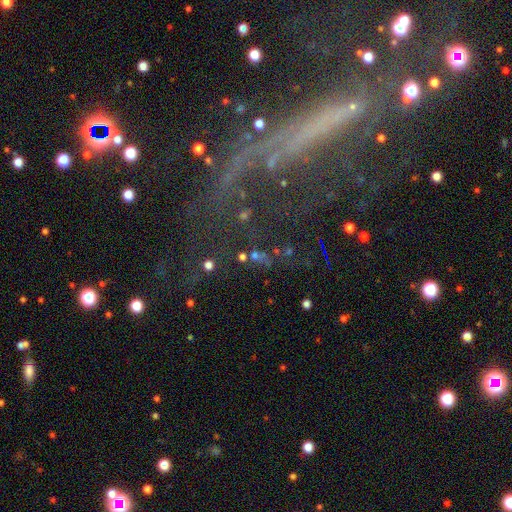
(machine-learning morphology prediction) Smooth or featured? Predicted: star or artifact (p=0.53).